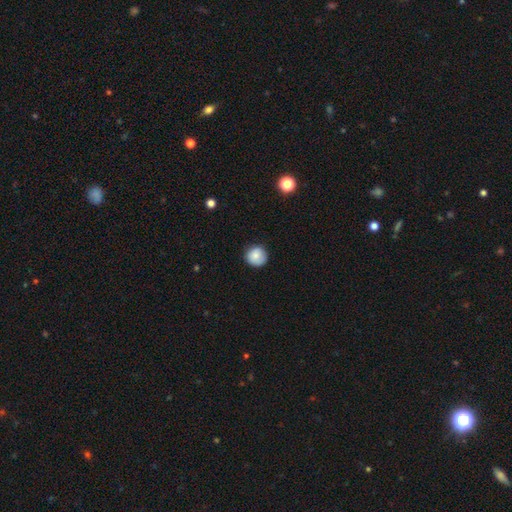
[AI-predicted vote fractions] This is clearly a smooth galaxy (83%). How rounded: clearly round (93%). Merging: clearly none (84%).